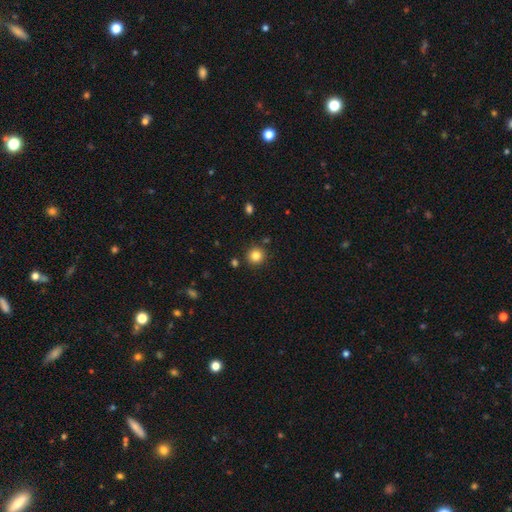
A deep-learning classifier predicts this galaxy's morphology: type=smooth (83%); roundness=round (93%); merging=none (88%).